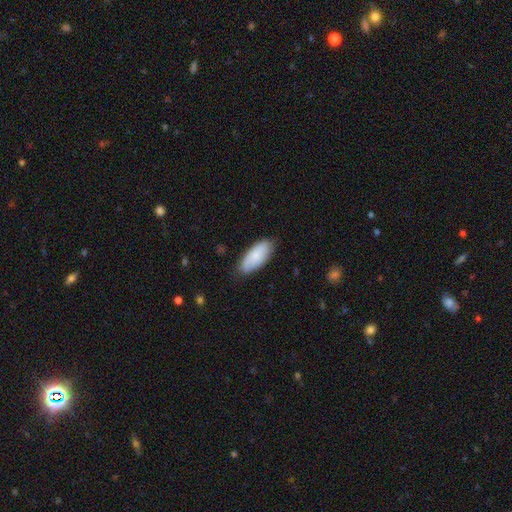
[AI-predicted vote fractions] smooth_or_featured: smooth (p=0.82) [alt: featured or disk p=0.12]
how_rounded: in between (p=0.85) [alt: cigar-shaped p=0.13]
merging: none (p=0.82) [alt: minor disturbance p=0.14]